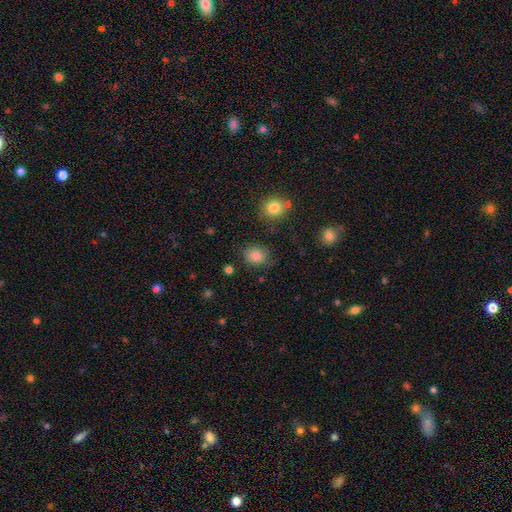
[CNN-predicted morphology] The model was most divided on "how rounded": round: 67%, in between: 32%, cigar-shaped: 1%. More confident: smooth or featured — smooth (83%); merging — none (79%).